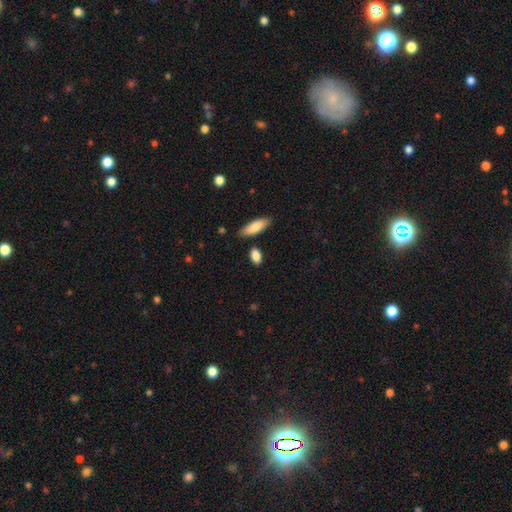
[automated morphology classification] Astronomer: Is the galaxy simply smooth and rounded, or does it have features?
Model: smooth — 86%.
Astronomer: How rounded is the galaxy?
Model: in between — 81%.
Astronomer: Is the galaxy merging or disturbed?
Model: none — 80%.